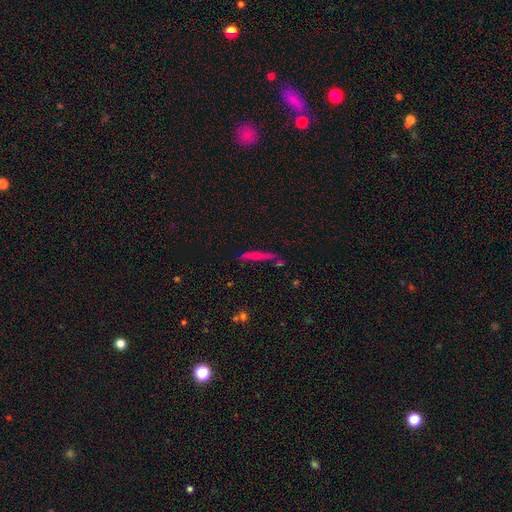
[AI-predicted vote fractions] A smooth galaxy with no disk features (54%) that is cigar-shaped (92%).

Vote fractions:
- Smooth or featured? smooth: 54% / featured or disk: 36% / star or artifact: 11%
- How rounded? cigar-shaped: 92% / in between: 6% / round: 2%
- Merging? none: 73% / minor disturbance: 16% / merger: 7% / major disturbance: 4%